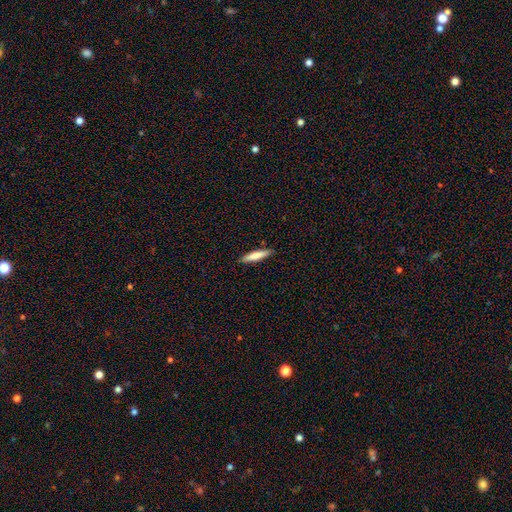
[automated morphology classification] Smooth or featured: smooth — 78% (featured or disk — 16%)
How rounded: cigar-shaped — 85% (in between — 13%)
Merging: none — 89% (minor disturbance — 8%)